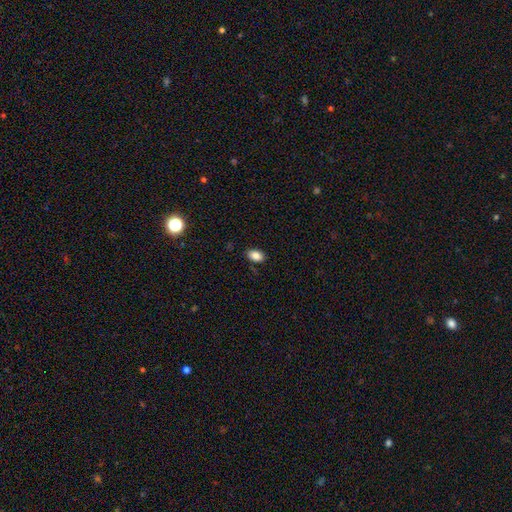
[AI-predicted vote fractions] A smooth galaxy with no disk features (86%) that is in between round and cigar-shaped (89%).

Vote fractions:
- Smooth or featured? smooth: 86% / star or artifact: 9% / featured or disk: 5%
- How rounded? in between: 89% / round: 10% / cigar-shaped: 2%
- Merging? none: 87% / minor disturbance: 10% / major disturbance: 2% / merger: 1%